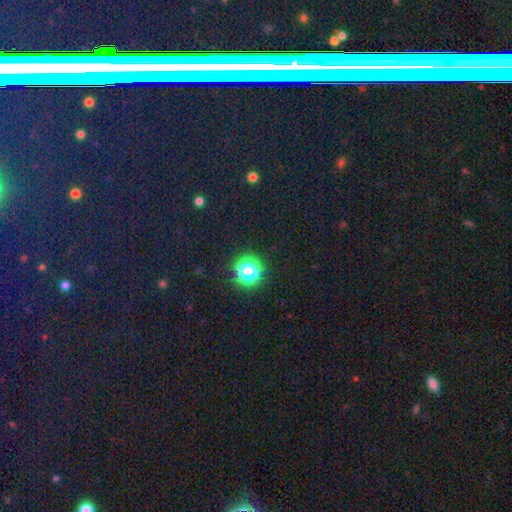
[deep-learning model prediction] A star or artifact, not a galaxy (61%).